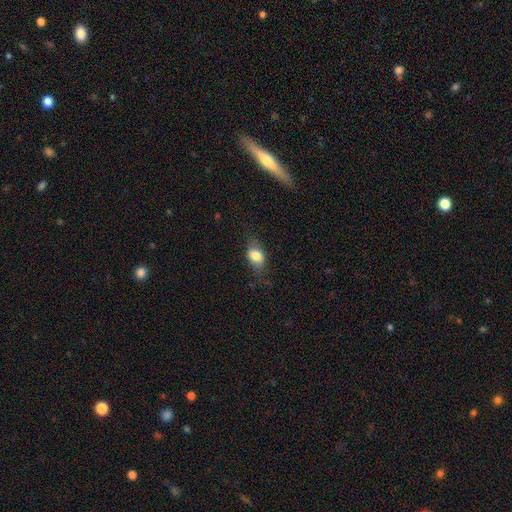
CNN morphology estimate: A smooth galaxy with no disk features (74%) that is in between round and cigar-shaped (78%).

Vote fractions:
- Smooth or featured? smooth: 74% / featured or disk: 17% / star or artifact: 8%
- How rounded? in between: 78% / round: 19% / cigar-shaped: 4%
- Merging? none: 70% / minor disturbance: 22% / major disturbance: 8% / merger: 1%